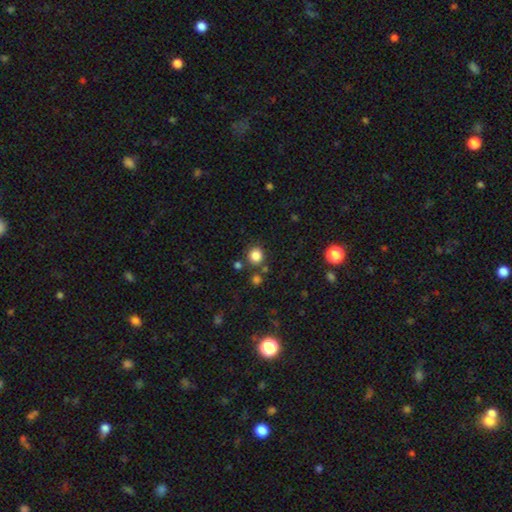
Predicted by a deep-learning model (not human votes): Overall: smooth (83%). How rounded: round (89%). Merging: none (81%).